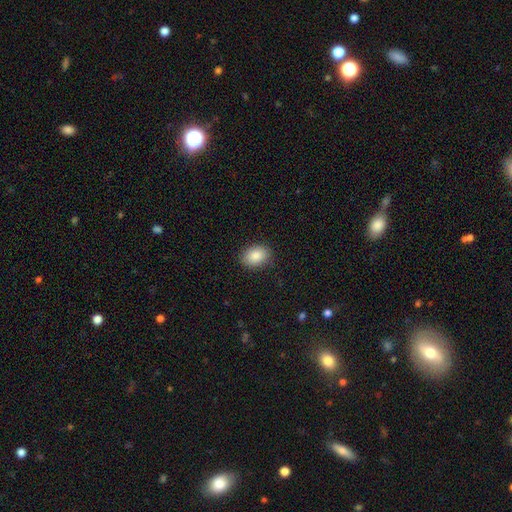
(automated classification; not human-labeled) Smooth or featured? Predicted: smooth (p=0.87). How rounded? Predicted: in between (p=0.77). Merging? Predicted: none (p=0.87).